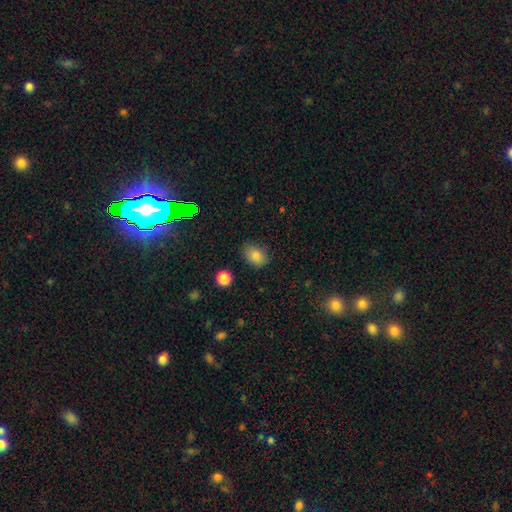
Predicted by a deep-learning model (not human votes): The model was most divided on "how rounded": in between: 71%, round: 28%, cigar-shaped: 1%. More confident: smooth or featured — smooth (83%); merging — none (81%).